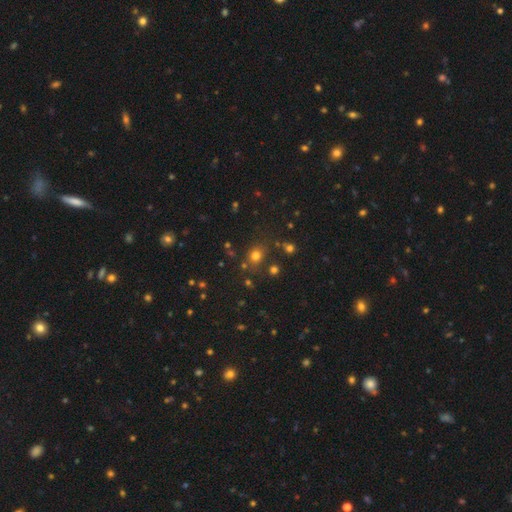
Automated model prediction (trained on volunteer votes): Q: Smooth or featured?
A: smooth (71%); runner-up: star or artifact (22%)
Q: How rounded?
A: round (71%); runner-up: in between (28%)
Q: Merging?
A: none (76%); runner-up: minor disturbance (12%)